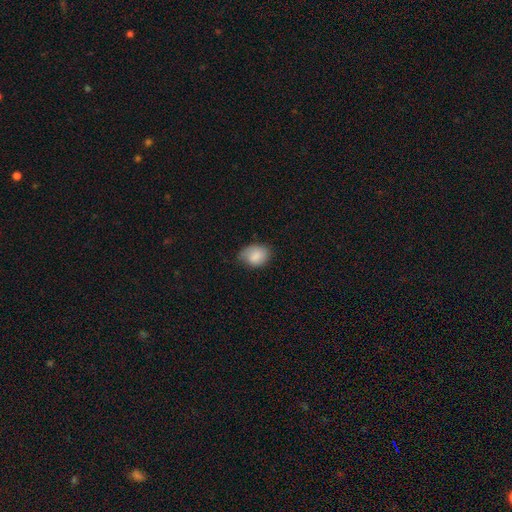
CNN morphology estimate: This is clearly a smooth galaxy (85%). How rounded: likely in between (62%). Merging: likely none (61%).